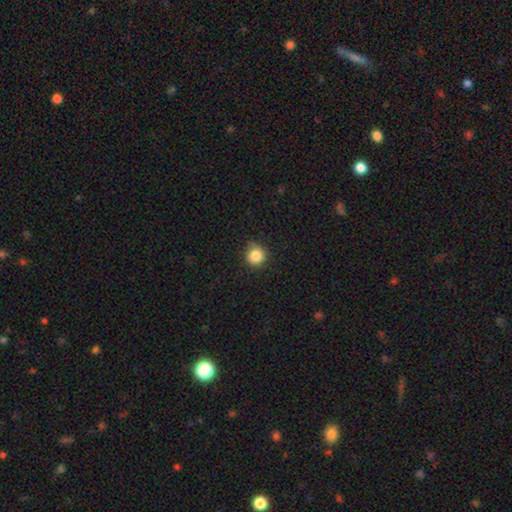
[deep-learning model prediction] Overall: smooth (84%). How rounded: round (93%). Merging: none (75%).